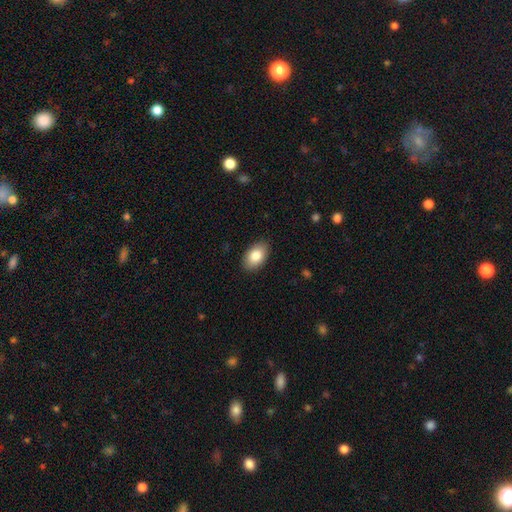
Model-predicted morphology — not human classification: This appears to be a smooth galaxy with no disk features (84%) that is in between round and cigar-shaped (91%). Merging: none (89%).